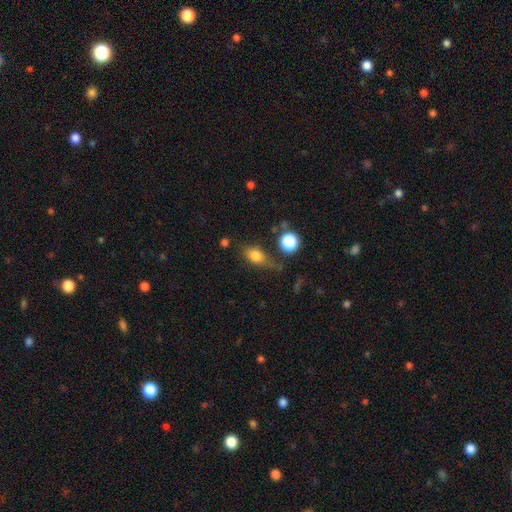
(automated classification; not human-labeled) smooth 78%, star or artifact 11%, featured or disk 11%. Down the decision tree: how rounded — in between (71%); merging — none (57%).